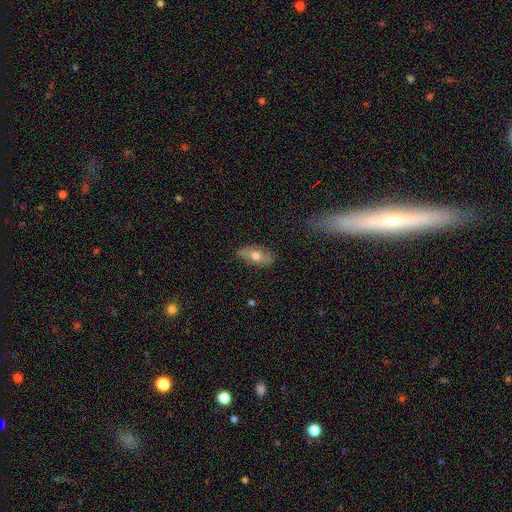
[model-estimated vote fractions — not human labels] smooth-or-featured: smooth: 57% | featured or disk: 35% | star or artifact: 8%
  how-rounded: in between: 81% | cigar-shaped: 13% | round: 6%
  merging: none: 79% | minor disturbance: 16% | major disturbance: 3% | merger: 2%